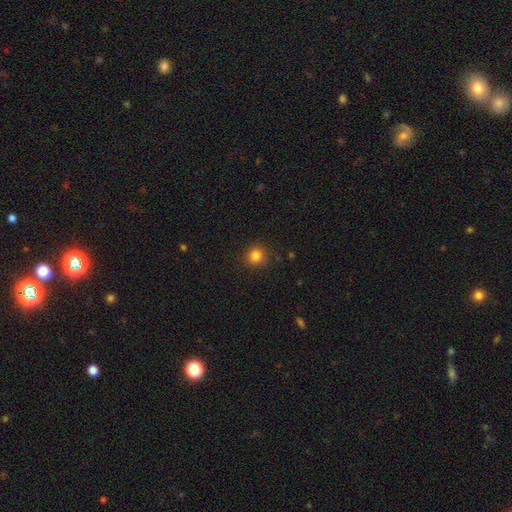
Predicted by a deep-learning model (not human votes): A smooth galaxy with no disk features (83%) that is round (92%). Merging: none (89%).